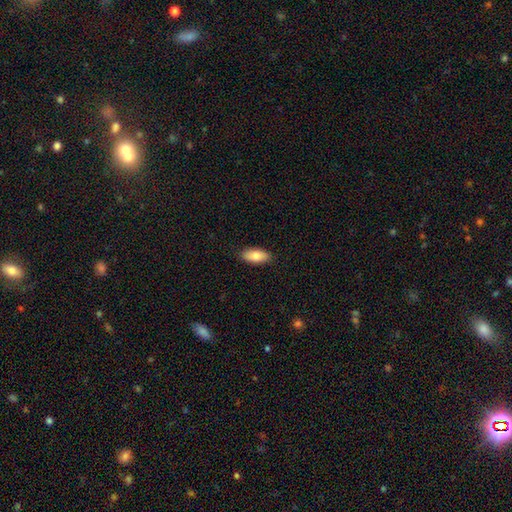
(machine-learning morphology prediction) Smooth or featured? smooth (82%)
How rounded? in between (87%)
Merging? none (89%)